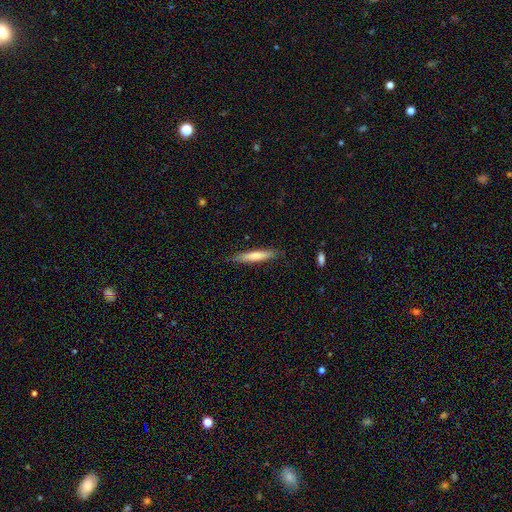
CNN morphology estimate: The model was most divided on "smooth or featured": smooth: 70%, featured or disk: 24%, star or artifact: 6%. More confident: how rounded — cigar-shaped (90%); merging — none (84%).